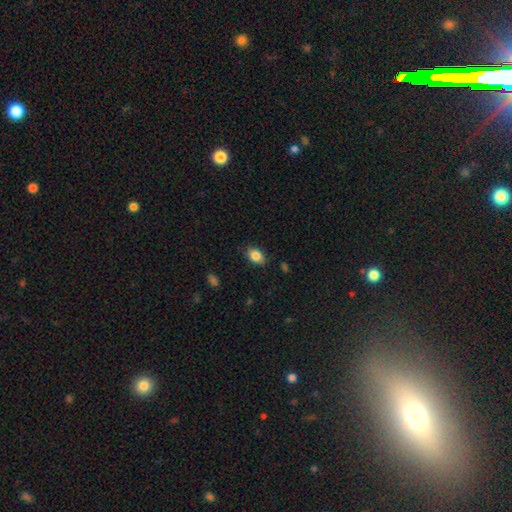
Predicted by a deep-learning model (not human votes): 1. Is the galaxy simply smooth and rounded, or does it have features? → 85% smooth, 8% star or artifact, 7% featured or disk.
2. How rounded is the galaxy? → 80% in between, 18% round, 2% cigar-shaped.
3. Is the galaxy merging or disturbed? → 82% none, 14% minor disturbance, 3% major disturbance, 1% merger.